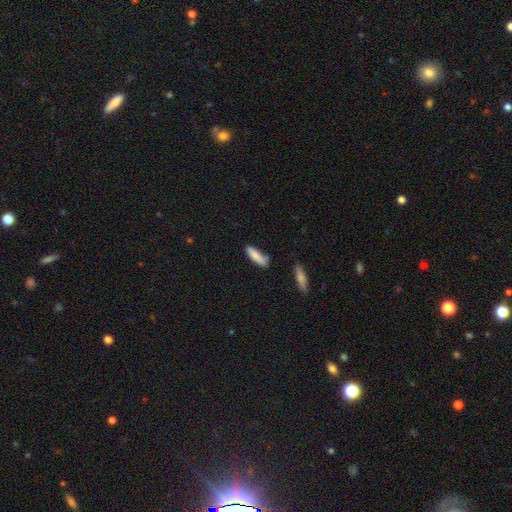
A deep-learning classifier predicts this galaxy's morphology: type=smooth (84%); roundness=cigar-shaped (60%); merging=none (70%).